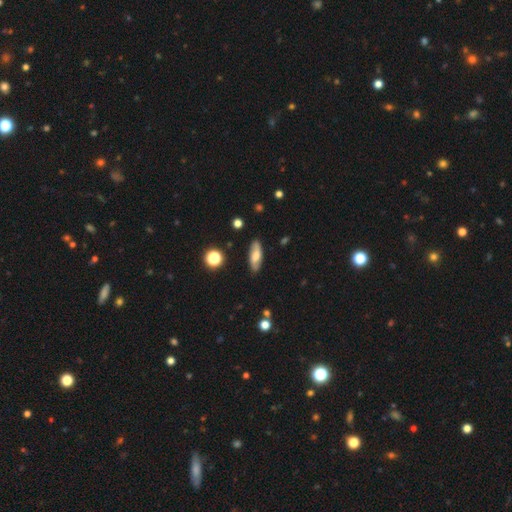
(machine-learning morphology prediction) Smooth or featured? Predicted: smooth (p=0.59). How rounded? Predicted: in between (p=0.66). Merging? Predicted: none (p=0.85).